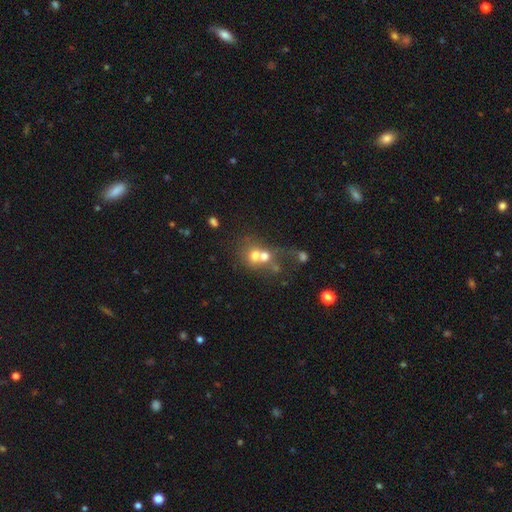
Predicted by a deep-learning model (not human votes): A smooth galaxy with no disk features (61%) that is round (73%).

Vote fractions:
- Smooth or featured? smooth: 61% / featured or disk: 25% / star or artifact: 14%
- How rounded? round: 73% / in between: 26% / cigar-shaped: 1%
- Merging? merger: 66% / none: 22% / minor disturbance: 6% / major disturbance: 6%